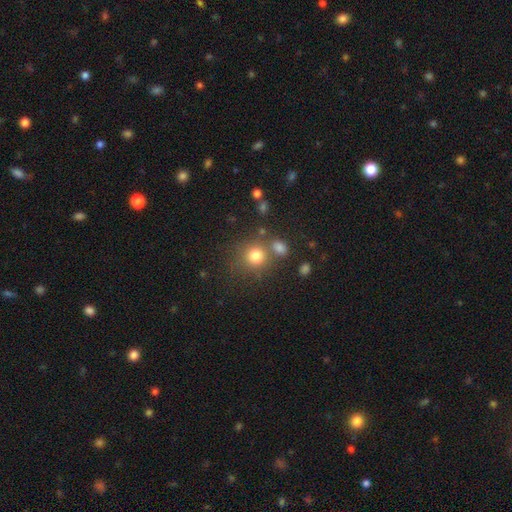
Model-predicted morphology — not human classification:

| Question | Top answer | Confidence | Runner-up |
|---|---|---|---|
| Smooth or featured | smooth | 78% | star or artifact (14%) |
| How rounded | round | 88% | in between (11%) |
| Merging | none | 69% | merger (16%) |